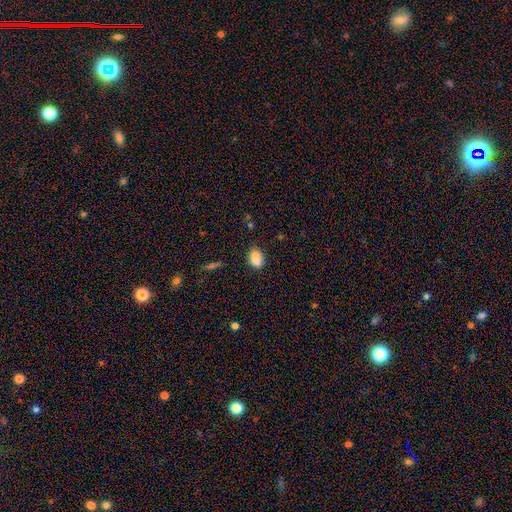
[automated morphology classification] Smooth or featured?
  - smooth: 75% *
  - featured or disk: 14%
  - star or artifact: 11%
How rounded?
  - in between: 62% *
  - round: 36%
  - cigar-shaped: 2%
Merging?
  - none: 45% *
  - merger: 33%
  - minor disturbance: 16%
  - major disturbance: 6%